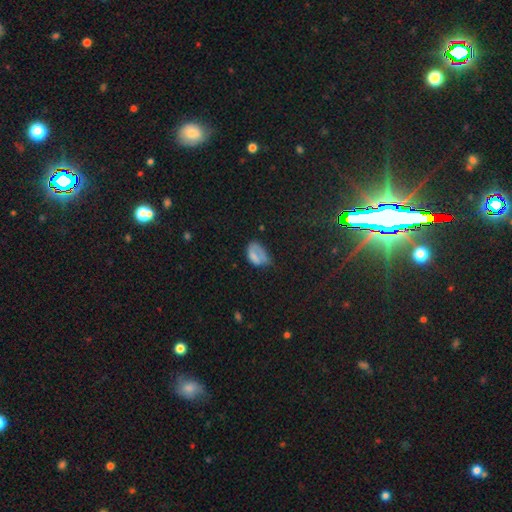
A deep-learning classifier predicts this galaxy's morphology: type=smooth (64%); roundness=in between (84%); merging=minor disturbance (34%).